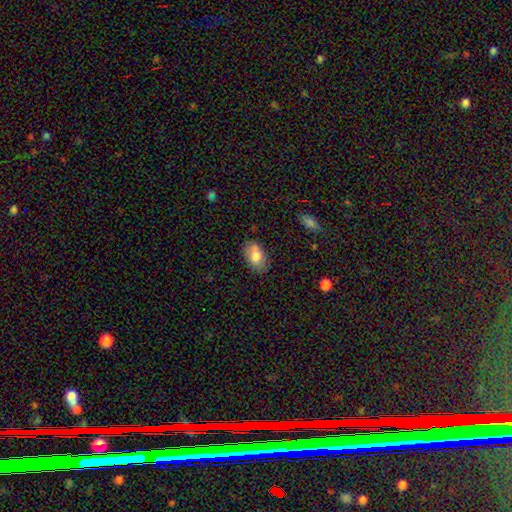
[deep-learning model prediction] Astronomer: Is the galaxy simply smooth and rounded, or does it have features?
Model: smooth — 79%.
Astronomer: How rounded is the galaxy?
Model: in between — 91%.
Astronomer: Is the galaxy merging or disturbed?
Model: none — 72%.